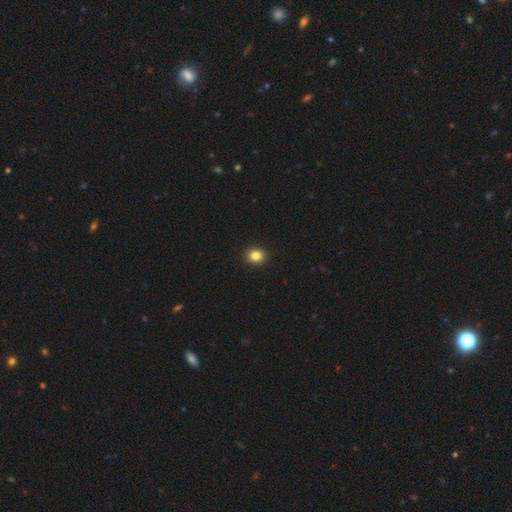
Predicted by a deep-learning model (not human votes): Q: Smooth or featured?
A: smooth (84%); runner-up: star or artifact (11%)
Q: How rounded?
A: round (61%); runner-up: in between (38%)
Q: Merging?
A: none (92%); runner-up: minor disturbance (5%)